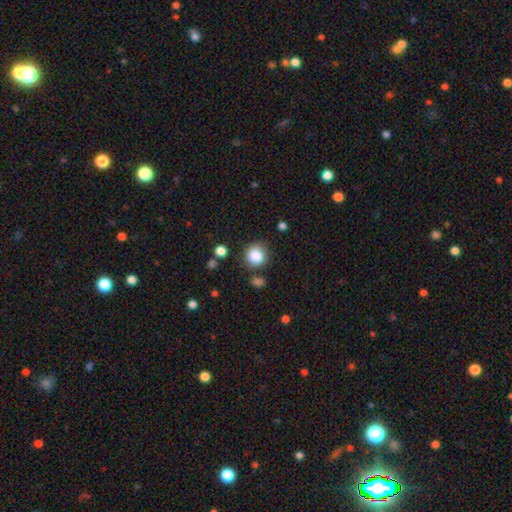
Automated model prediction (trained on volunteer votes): Smooth or featured: smooth — 85% (star or artifact — 10%)
How rounded: round — 85% (in between — 14%)
Merging: none — 79% (minor disturbance — 12%)